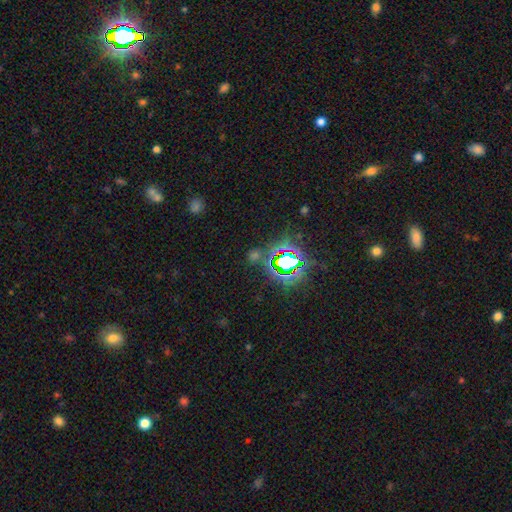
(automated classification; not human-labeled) The model was most divided on "smooth or featured": star or artifact: 70%, smooth: 23%, featured or disk: 8%.